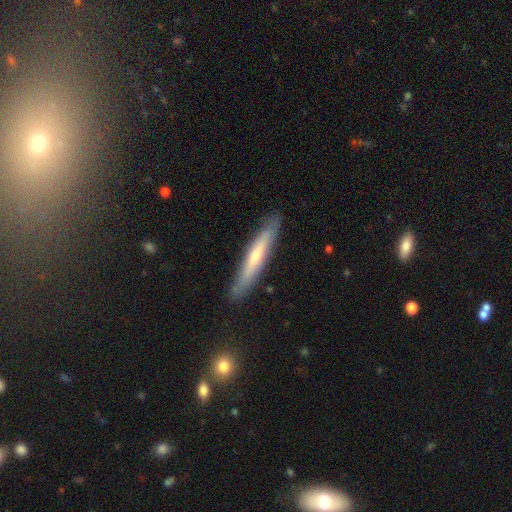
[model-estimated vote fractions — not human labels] smooth_or_featured: smooth (p=0.51) [alt: featured or disk p=0.43]
how_rounded: cigar-shaped (p=0.93) [alt: in between p=0.05]
merging: none (p=0.86) [alt: minor disturbance p=0.10]